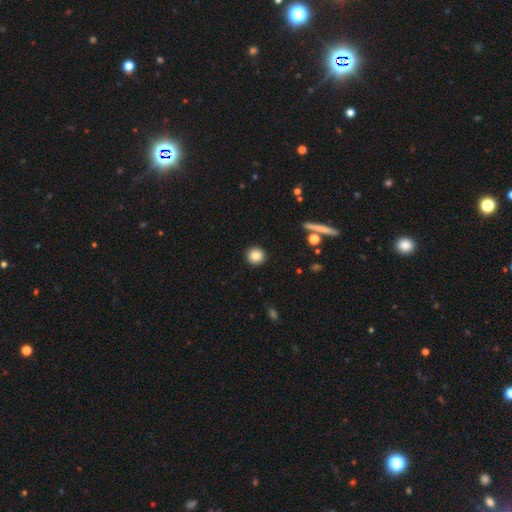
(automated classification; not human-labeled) A smooth galaxy with no disk features (86%) that is round (93%).

Vote fractions:
- Smooth or featured? smooth: 86% / star or artifact: 10% / featured or disk: 5%
- How rounded? round: 93% / in between: 6% / cigar-shaped: 1%
- Merging? none: 92% / minor disturbance: 5% / major disturbance: 2% / merger: 1%